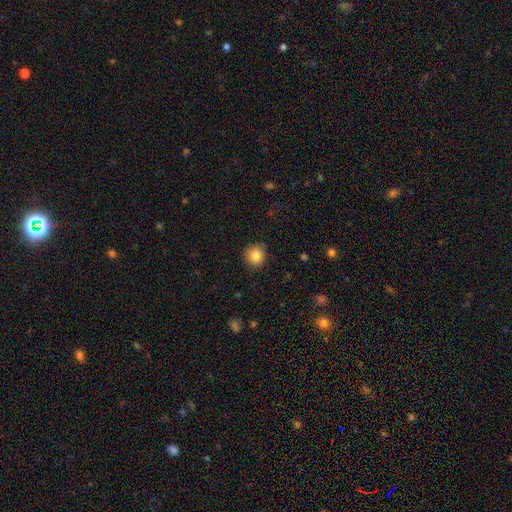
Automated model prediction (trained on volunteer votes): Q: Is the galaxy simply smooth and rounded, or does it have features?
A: smooth — 83%.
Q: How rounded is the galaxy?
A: round — 92%.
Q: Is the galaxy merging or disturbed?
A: none — 86%.